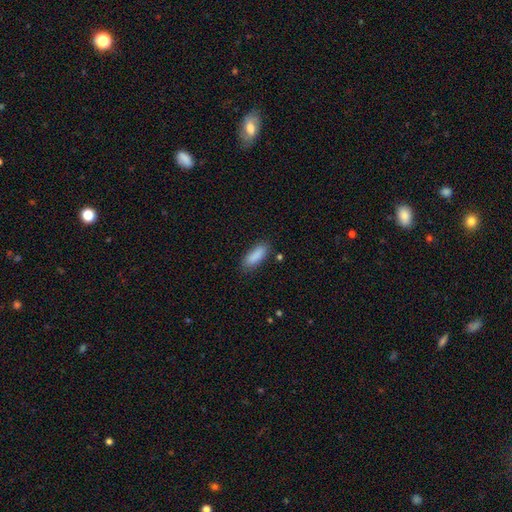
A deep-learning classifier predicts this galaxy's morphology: Overall: smooth (88%). How rounded: in between (68%; cigar-shaped 30%). Merging: none (80%).